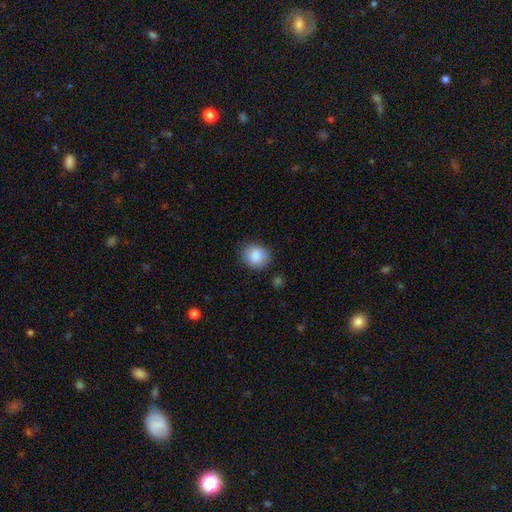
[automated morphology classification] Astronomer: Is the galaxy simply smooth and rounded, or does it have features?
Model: smooth — 86%.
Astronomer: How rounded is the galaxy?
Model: round — 67%.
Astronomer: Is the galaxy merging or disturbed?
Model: none — 84%.